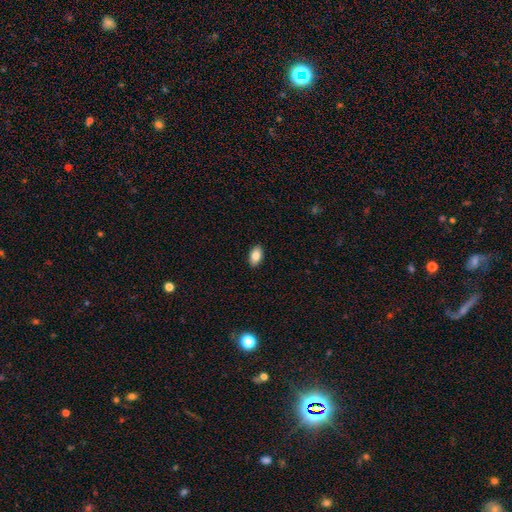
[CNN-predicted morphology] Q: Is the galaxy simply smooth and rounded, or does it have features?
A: smooth — 84%.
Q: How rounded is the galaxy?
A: in between — 92%.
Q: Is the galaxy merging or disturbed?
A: none — 90%.